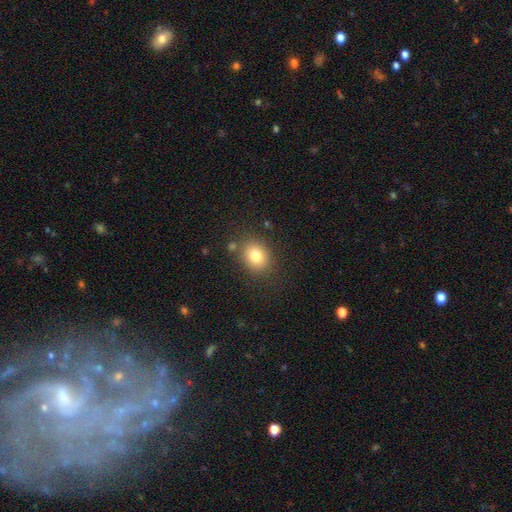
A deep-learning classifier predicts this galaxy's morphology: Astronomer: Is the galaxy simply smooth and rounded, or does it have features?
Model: smooth — 79%.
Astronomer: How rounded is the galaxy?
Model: round — 58% (runner-up: in between, 41%).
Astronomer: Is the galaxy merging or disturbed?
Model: none — 80%.